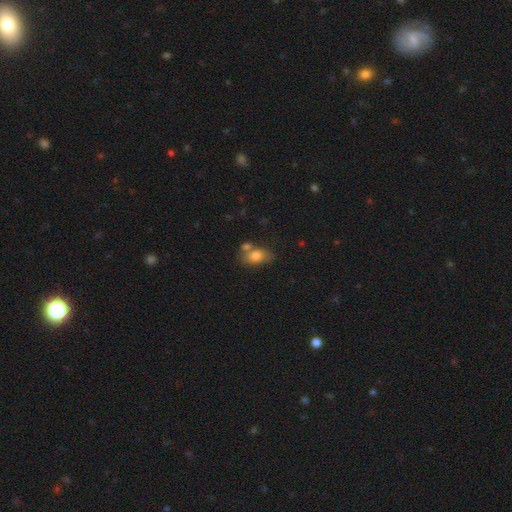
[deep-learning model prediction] A smooth galaxy with no disk features (80%) that is in between round and cigar-shaped (84%).

Vote fractions:
- Smooth or featured? smooth: 80% / featured or disk: 12% / star or artifact: 8%
- How rounded? in between: 84% / round: 13% / cigar-shaped: 3%
- Merging? none: 52% / merger: 25% / minor disturbance: 17% / major disturbance: 5%